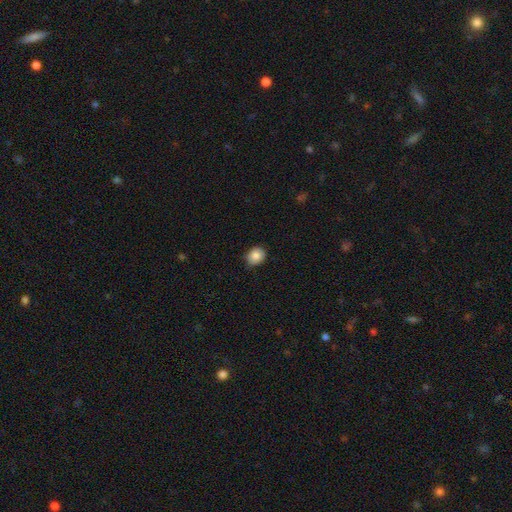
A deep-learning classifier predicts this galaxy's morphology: Smooth or featured? smooth (85%)
How rounded? round (62%)
Merging? none (84%)